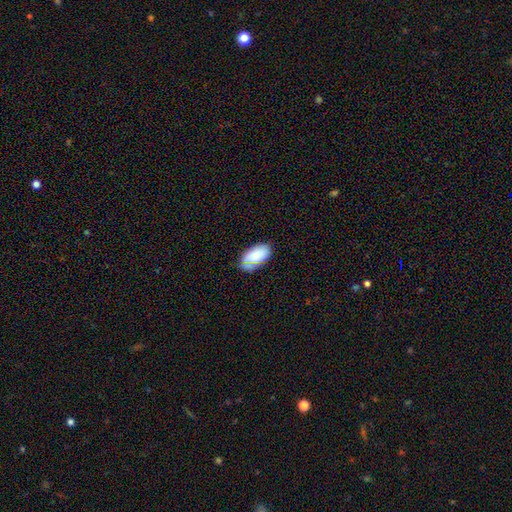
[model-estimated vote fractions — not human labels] This is likely a smooth galaxy (77%). How rounded: clearly in between (95%). Merging: likely none (63%).